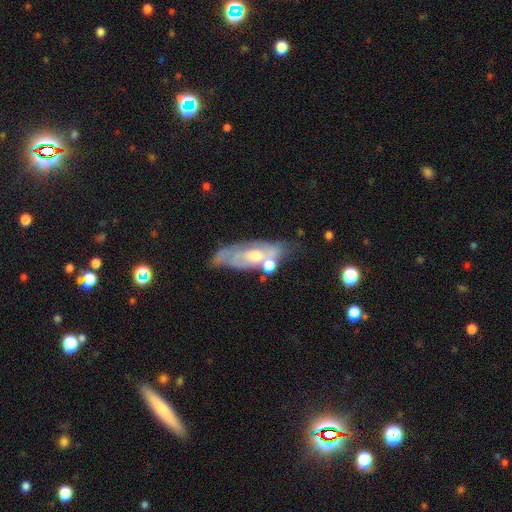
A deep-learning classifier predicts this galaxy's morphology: Q: Smooth or featured?
A: featured or disk (67%); runner-up: smooth (26%)
Q: Edge-on disk?
A: no (78%); runner-up: yes (22%)
Q: Bar?
A: no (71%); runner-up: weak (24%)
Q: Spiral arms?
A: yes (67%); runner-up: no (33%)
Q: Bulge size?
A: moderate (51%); runner-up: small (36%)
Q: Merging?
A: none (52%); runner-up: minor disturbance (24%)